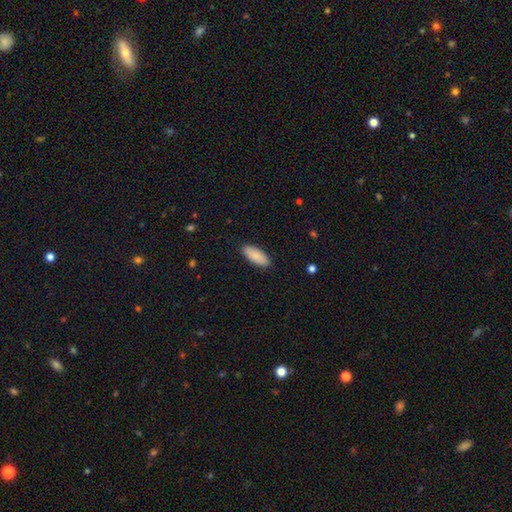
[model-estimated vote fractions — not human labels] Smooth or featured? smooth (87%)
How rounded? in between (83%)
Merging? none (89%)